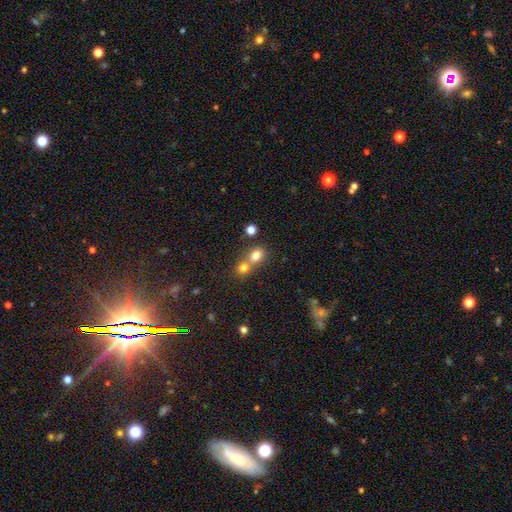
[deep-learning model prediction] Smooth or featured: smooth — 76% (star or artifact — 14%)
How rounded: round — 64% (in between — 34%)
Merging: merger — 56% (none — 35%)